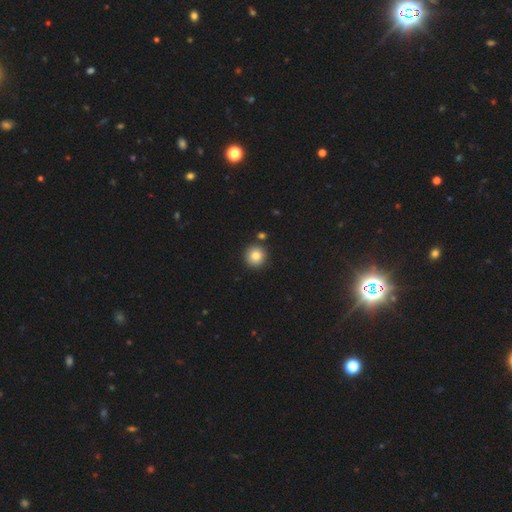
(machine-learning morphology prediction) Q: Smooth or featured?
A: smooth (83%); runner-up: star or artifact (10%)
Q: How rounded?
A: round (94%); runner-up: in between (5%)
Q: Merging?
A: none (85%); runner-up: minor disturbance (7%)